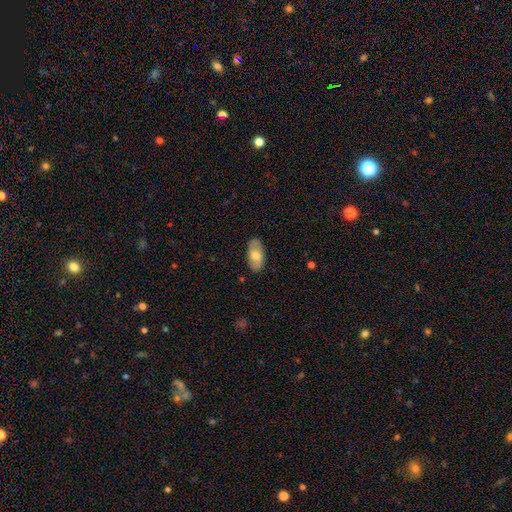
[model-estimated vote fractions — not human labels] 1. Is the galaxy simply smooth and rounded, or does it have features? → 68% smooth, 26% featured or disk, 6% star or artifact.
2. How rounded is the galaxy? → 94% in between, 3% cigar-shaped, 3% round.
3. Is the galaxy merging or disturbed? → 85% none, 12% minor disturbance, 2% major disturbance, 1% merger.